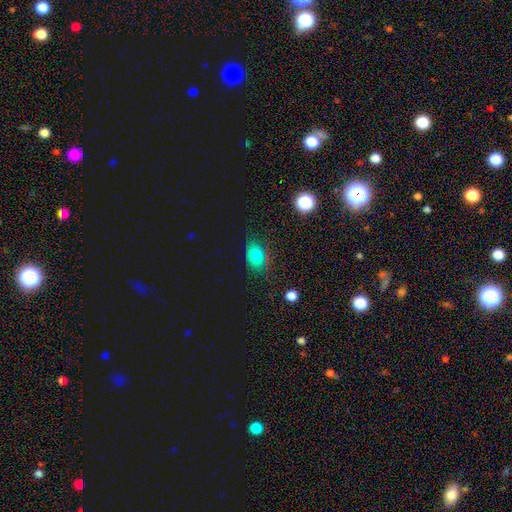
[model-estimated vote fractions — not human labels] Q: Smooth or featured?
A: smooth (73%); runner-up: star or artifact (19%)
Q: How rounded?
A: in between (73%); runner-up: round (25%)
Q: Merging?
A: none (73%); runner-up: minor disturbance (19%)